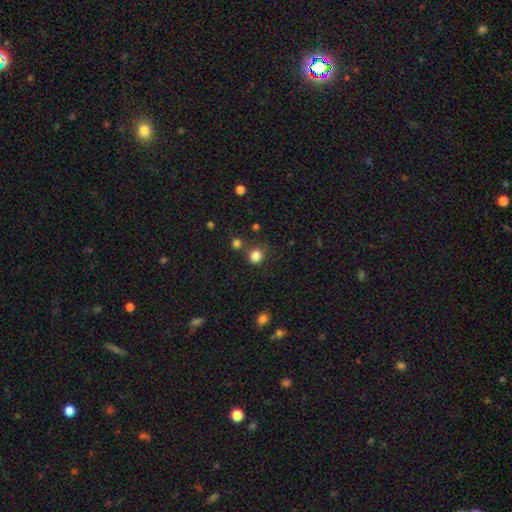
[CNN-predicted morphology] Overall: smooth (83%). How rounded: round (74%). Merging: none (70%).